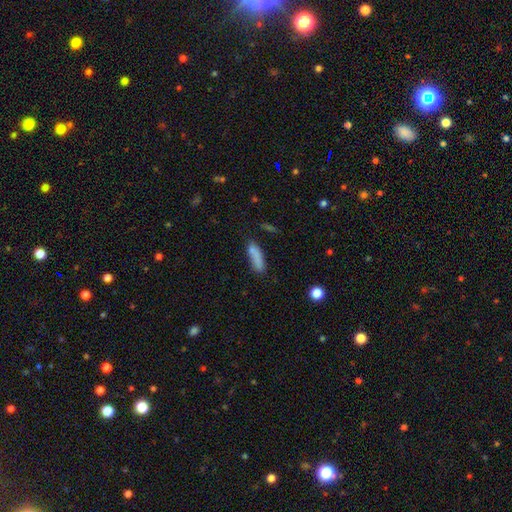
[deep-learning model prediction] This appears to be a smooth galaxy with no disk features (80%) that is cigar-shaped (63%). Merging: none (64%).